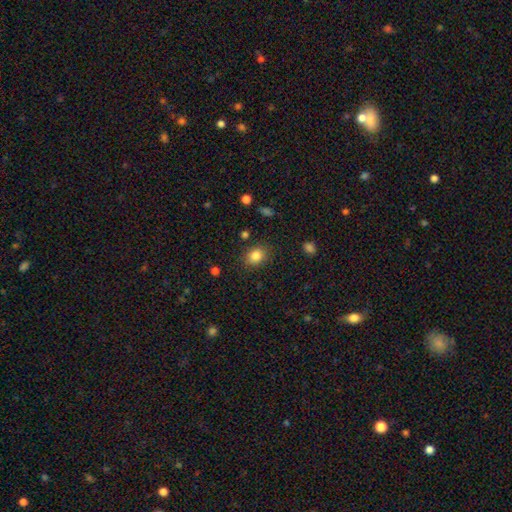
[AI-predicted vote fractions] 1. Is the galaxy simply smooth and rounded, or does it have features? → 83% smooth, 10% star or artifact, 6% featured or disk.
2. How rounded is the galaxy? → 52% round, 47% in between, 1% cigar-shaped.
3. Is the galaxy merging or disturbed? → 83% none, 11% minor disturbance, 3% major disturbance, 2% merger.